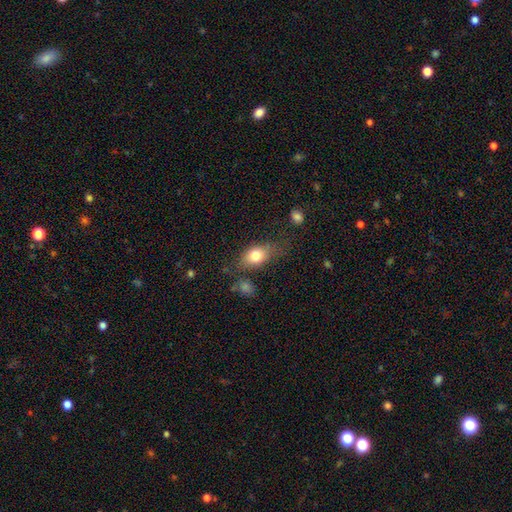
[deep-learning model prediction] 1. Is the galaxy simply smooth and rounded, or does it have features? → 77% smooth, 15% featured or disk, 8% star or artifact.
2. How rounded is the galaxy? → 76% in between, 20% round, 5% cigar-shaped.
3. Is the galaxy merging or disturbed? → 60% none, 24% minor disturbance, 11% major disturbance, 5% merger.